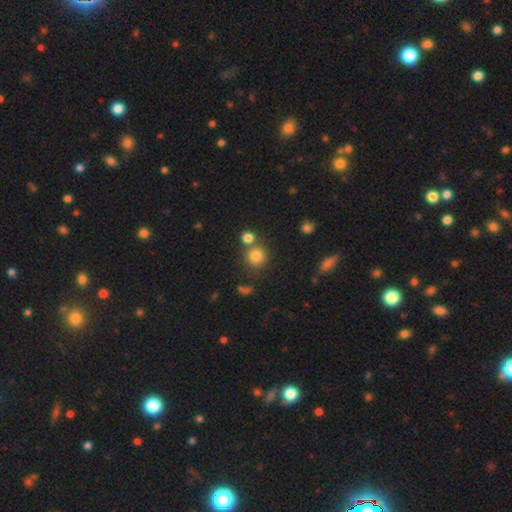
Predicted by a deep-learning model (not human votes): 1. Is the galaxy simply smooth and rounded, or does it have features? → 80% smooth, 13% star or artifact, 7% featured or disk.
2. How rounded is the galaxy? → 90% round, 9% in between, 1% cigar-shaped.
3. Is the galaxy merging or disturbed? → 68% none, 19% merger, 9% minor disturbance, 3% major disturbance.